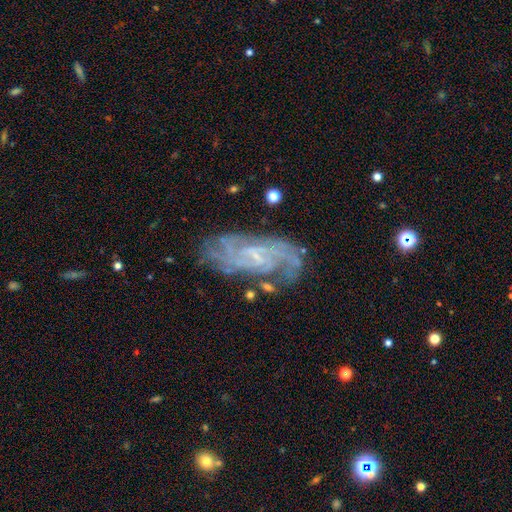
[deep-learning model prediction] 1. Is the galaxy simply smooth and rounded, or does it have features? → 81% featured or disk, 10% smooth, 9% star or artifact.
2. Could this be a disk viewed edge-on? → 94% no, 6% yes.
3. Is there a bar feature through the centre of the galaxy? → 44% weak, 43% no, 12% strong.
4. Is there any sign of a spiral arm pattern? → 92% yes, 8% no.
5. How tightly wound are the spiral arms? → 52% tight, 36% medium, 11% loose.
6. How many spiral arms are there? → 36% can't tell, 22% 2, 17% 3, 12% 4, 7% more than 4, 6% 1.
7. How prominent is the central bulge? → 60% small, 23% none, 14% moderate, 1% large, 1% dominant.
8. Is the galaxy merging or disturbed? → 70% none, 18% minor disturbance, 9% major disturbance, 3% merger.